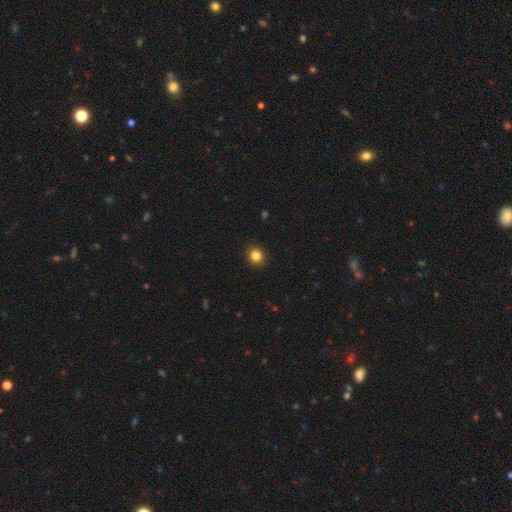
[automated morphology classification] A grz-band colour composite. It shows a smooth galaxy with no disk features (85%) that is round (81%). Merging: none (91%).